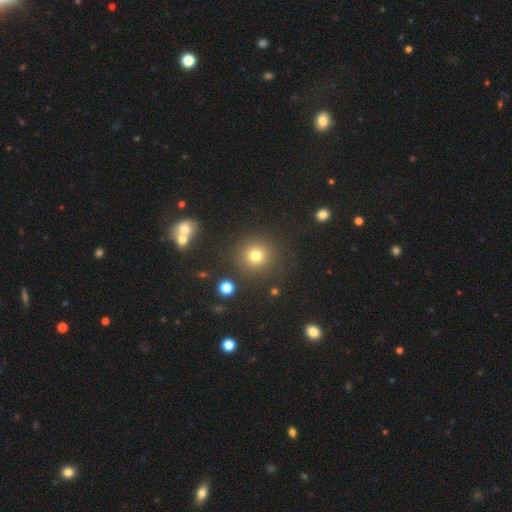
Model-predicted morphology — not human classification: Smooth or featured? smooth (76%)
How rounded? round (92%)
Merging? none (86%)